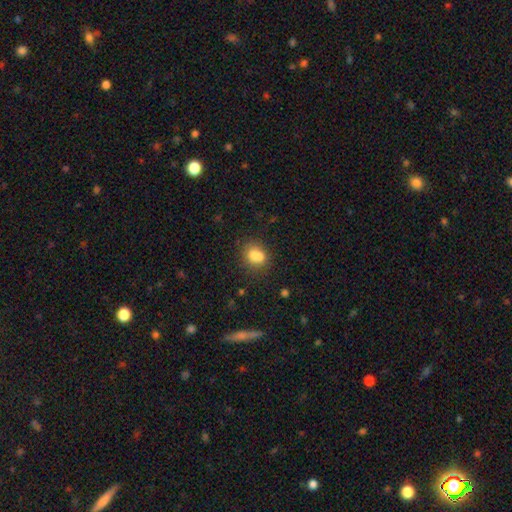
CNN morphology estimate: Q: Smooth or featured?
A: smooth (75%); runner-up: featured or disk (13%)
Q: How rounded?
A: round (54%); runner-up: in between (45%)
Q: Merging?
A: none (47%); runner-up: merger (33%)